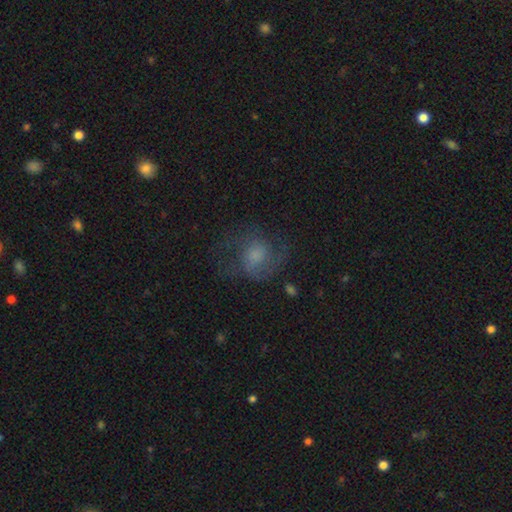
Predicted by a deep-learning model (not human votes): A featured or disk galaxy (51%).

Vote fractions:
- Smooth or featured? featured or disk: 51% / smooth: 37% / star or artifact: 12%
- Edge-on disk? no: 97% / yes: 3%
- Merging? none: 55% / major disturbance: 24% / minor disturbance: 20% / merger: 2%